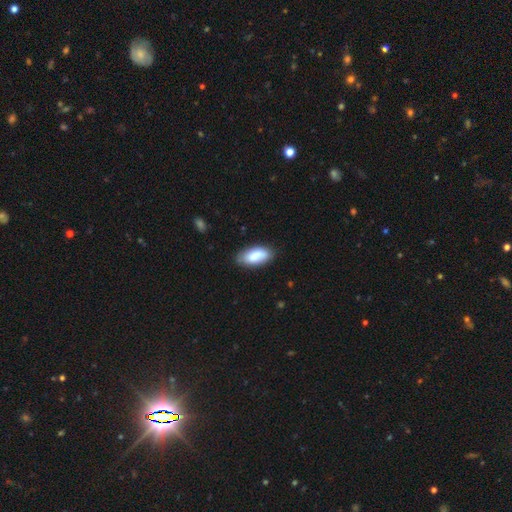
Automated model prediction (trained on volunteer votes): A smooth galaxy with no disk features (82%) that is in between round and cigar-shaped (89%). Merging: none (79%).